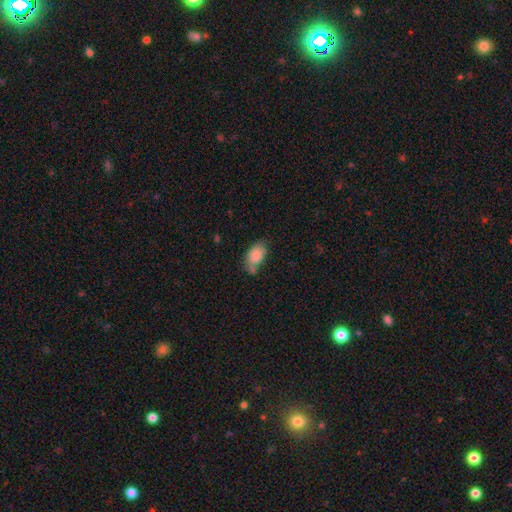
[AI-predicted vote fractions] Smooth or featured?
  - smooth: 84% *
  - featured or disk: 8%
  - star or artifact: 7%
How rounded?
  - in between: 92% *
  - round: 6%
  - cigar-shaped: 2%
Merging?
  - none: 54% *
  - minor disturbance: 27%
  - merger: 11%
  - major disturbance: 8%